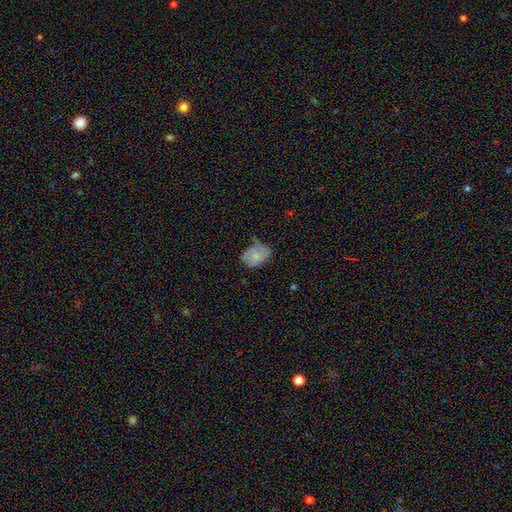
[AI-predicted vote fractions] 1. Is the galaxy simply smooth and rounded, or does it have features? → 65% smooth, 27% featured or disk, 8% star or artifact.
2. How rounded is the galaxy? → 77% in between, 22% round, 1% cigar-shaped.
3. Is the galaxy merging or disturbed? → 39% minor disturbance, 34% none, 19% major disturbance, 8% merger.